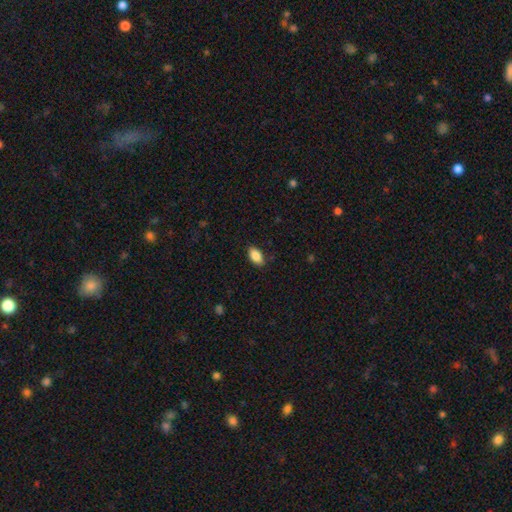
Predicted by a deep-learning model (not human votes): smooth-or-featured: smooth: 87% | star or artifact: 7% | featured or disk: 6%
  how-rounded: in between: 92% | round: 4% | cigar-shaped: 4%
  merging: none: 86% | minor disturbance: 10% | major disturbance: 2% | merger: 1%